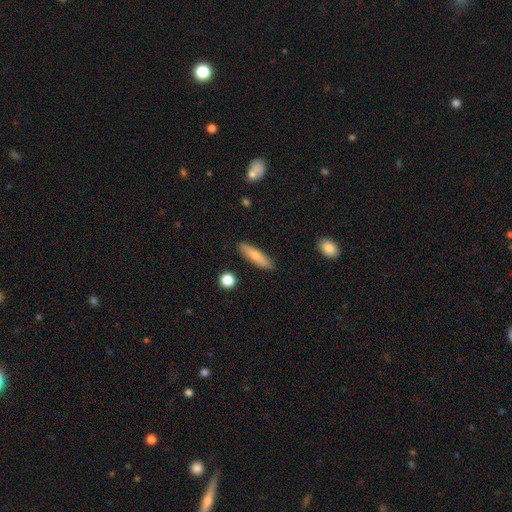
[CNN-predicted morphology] type=smooth (74%); roundness=cigar-shaped (69%); merging=none (87%).